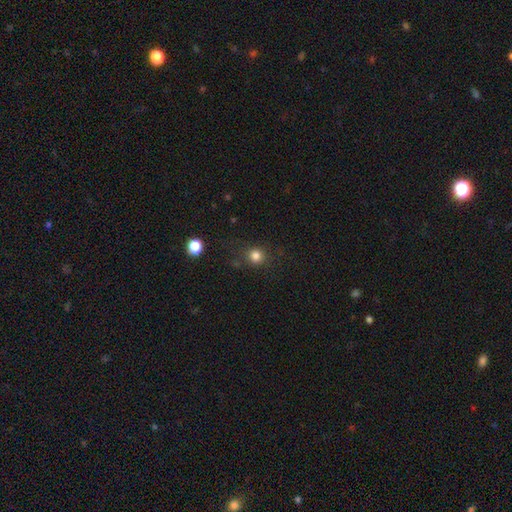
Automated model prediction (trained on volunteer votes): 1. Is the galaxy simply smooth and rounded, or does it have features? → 81% smooth, 14% star or artifact, 5% featured or disk.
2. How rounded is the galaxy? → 88% round, 11% in between, 1% cigar-shaped.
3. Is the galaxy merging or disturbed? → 81% none, 11% minor disturbance, 5% major disturbance, 3% merger.